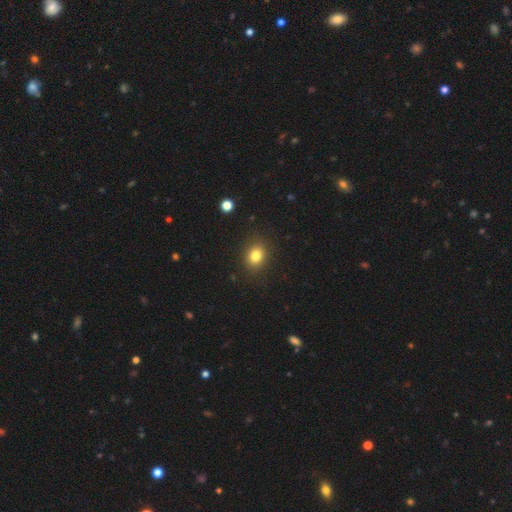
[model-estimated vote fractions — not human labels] Smooth or featured: smooth — 81% (star or artifact — 12%)
How rounded: round — 55% (in between — 44%)
Merging: none — 88% (minor disturbance — 8%)